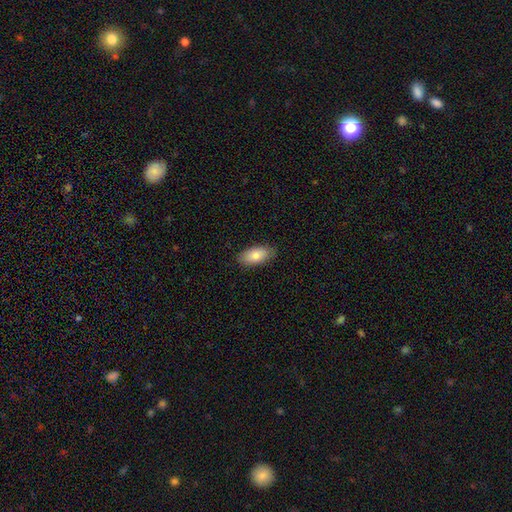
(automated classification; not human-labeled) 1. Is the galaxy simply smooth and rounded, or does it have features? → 81% smooth, 12% featured or disk, 7% star or artifact.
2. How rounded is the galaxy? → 91% in between, 6% cigar-shaped, 3% round.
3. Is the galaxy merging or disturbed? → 86% none, 11% minor disturbance, 2% major disturbance, 1% merger.